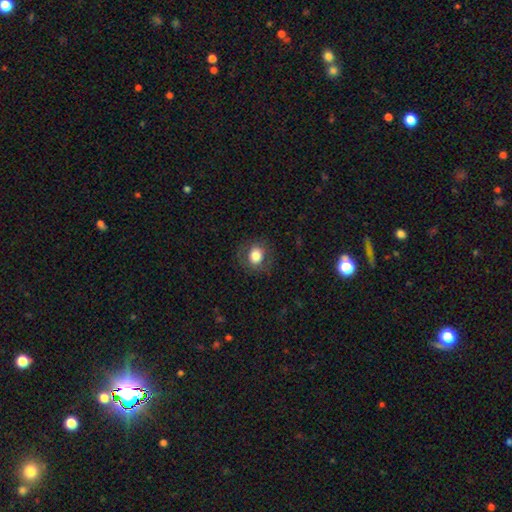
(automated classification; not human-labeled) Smooth or featured?
  - smooth: 78% *
  - featured or disk: 13%
  - star or artifact: 9%
How rounded?
  - round: 72% *
  - in between: 27%
  - cigar-shaped: 1%
Merging?
  - none: 82% *
  - minor disturbance: 12%
  - major disturbance: 5%
  - merger: 1%